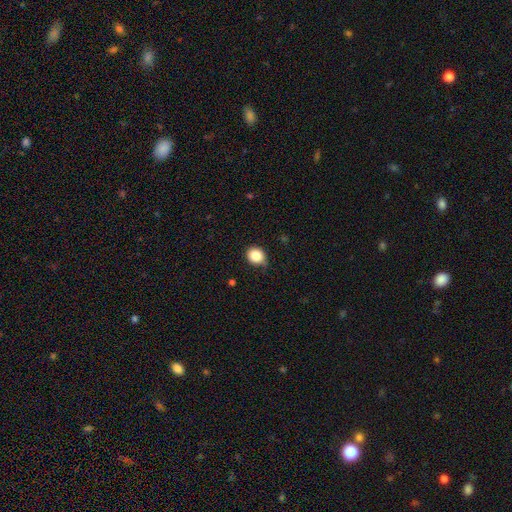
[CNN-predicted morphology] Smooth or featured?
  - smooth: 84% *
  - star or artifact: 10%
  - featured or disk: 6%
How rounded?
  - round: 77% *
  - in between: 22%
  - cigar-shaped: 1%
Merging?
  - none: 76% *
  - minor disturbance: 19%
  - major disturbance: 3%
  - merger: 1%